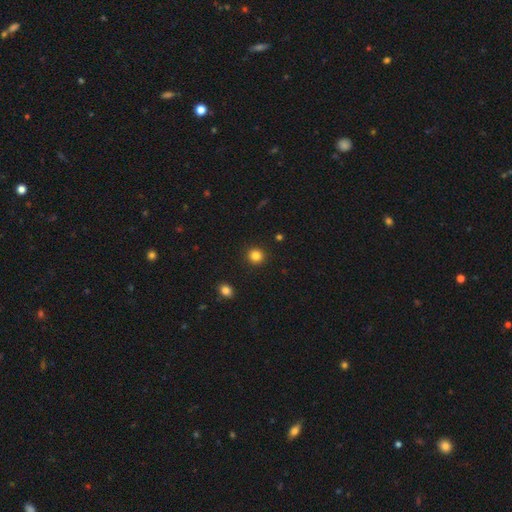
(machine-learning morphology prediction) smooth 83%, star or artifact 12%, featured or disk 5%. Down the decision tree: how rounded — round (92%); merging — none (92%).